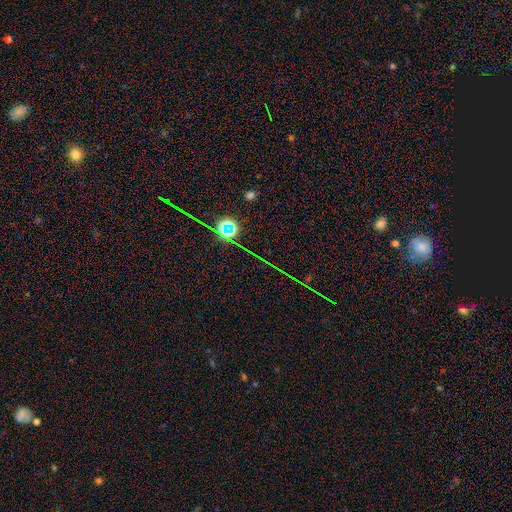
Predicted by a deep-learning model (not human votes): star or artifact 79%, smooth 12%, featured or disk 9%.